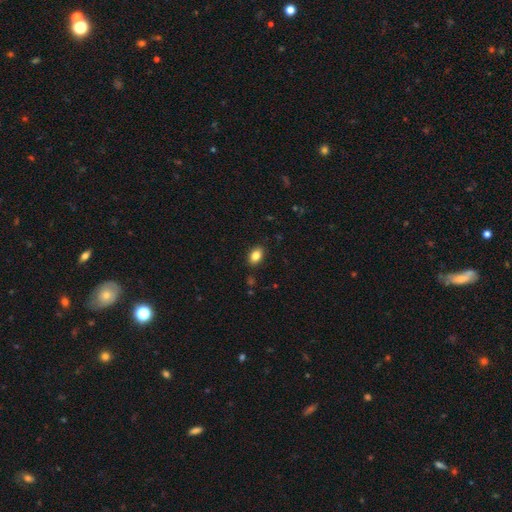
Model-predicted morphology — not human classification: Smooth or featured: smooth — 85% (star or artifact — 9%)
How rounded: in between — 85% (round — 13%)
Merging: none — 88% (minor disturbance — 9%)